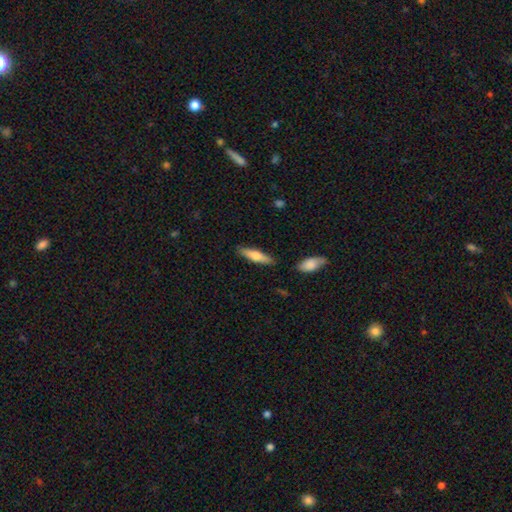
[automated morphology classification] Q: Smooth or featured?
A: smooth (61%); runner-up: featured or disk (33%)
Q: How rounded?
A: cigar-shaped (70%); runner-up: in between (28%)
Q: Merging?
A: none (85%); runner-up: minor disturbance (10%)